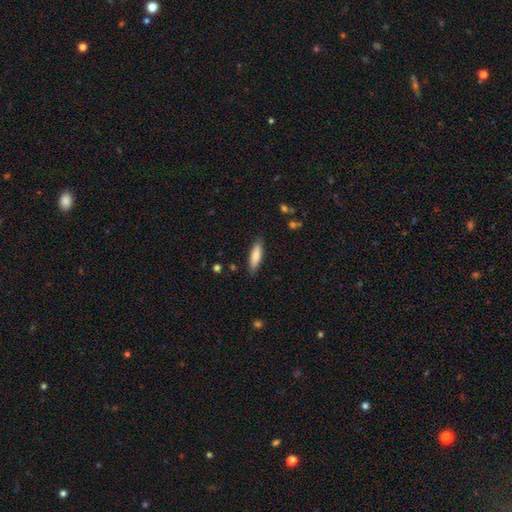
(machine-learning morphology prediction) type=smooth (78%); roundness=cigar-shaped (59%); merging=none (85%).